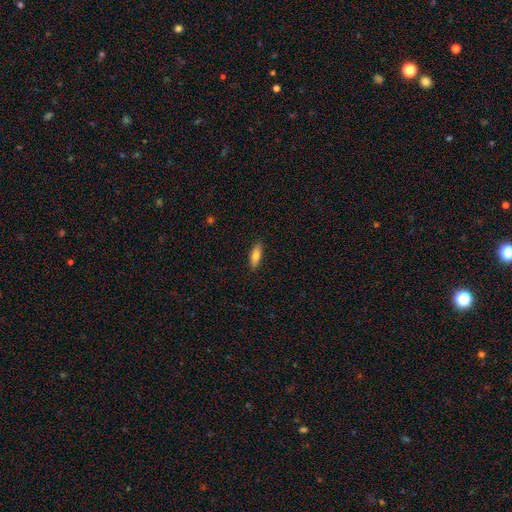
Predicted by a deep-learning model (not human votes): smooth 77%, featured or disk 16%, star or artifact 6%. Down the decision tree: how rounded — in between (61%); merging — none (89%).